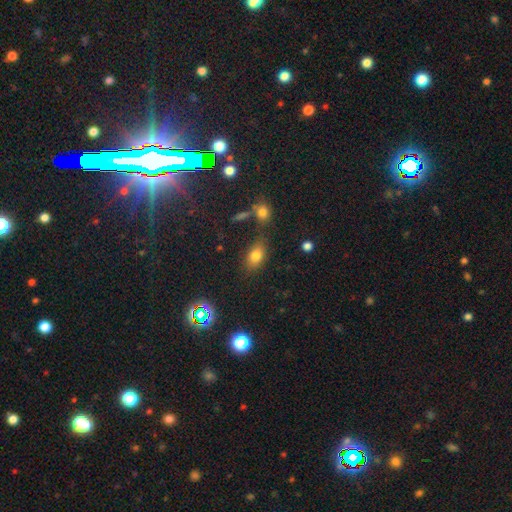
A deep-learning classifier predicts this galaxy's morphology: Q: Smooth or featured?
A: smooth (78%); runner-up: star or artifact (12%)
Q: How rounded?
A: in between (80%); runner-up: round (16%)
Q: Merging?
A: none (73%); runner-up: minor disturbance (14%)